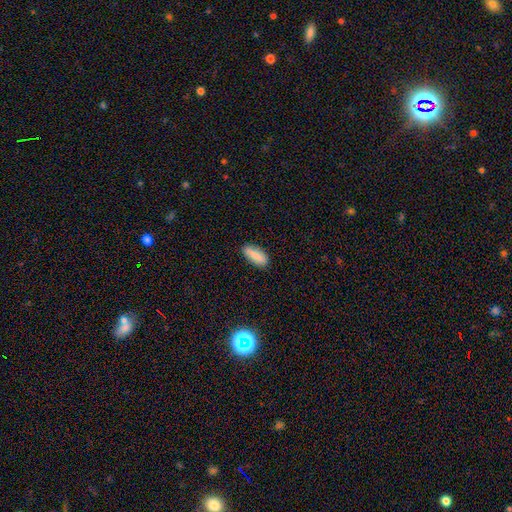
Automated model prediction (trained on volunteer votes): smooth_or_featured: smooth (p=0.82) [alt: featured or disk p=0.11]
how_rounded: in between (p=0.76) [alt: cigar-shaped p=0.22]
merging: none (p=0.86) [alt: minor disturbance p=0.10]